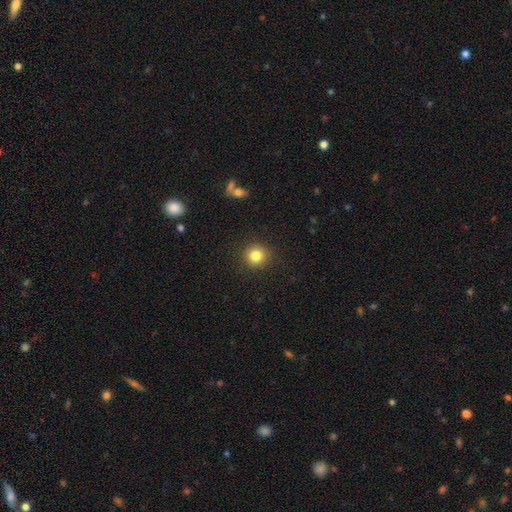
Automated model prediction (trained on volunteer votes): smooth_or_featured: smooth (p=0.83) [alt: star or artifact p=0.11]
how_rounded: round (p=0.92) [alt: in between p=0.07]
merging: none (p=0.91) [alt: minor disturbance p=0.06]